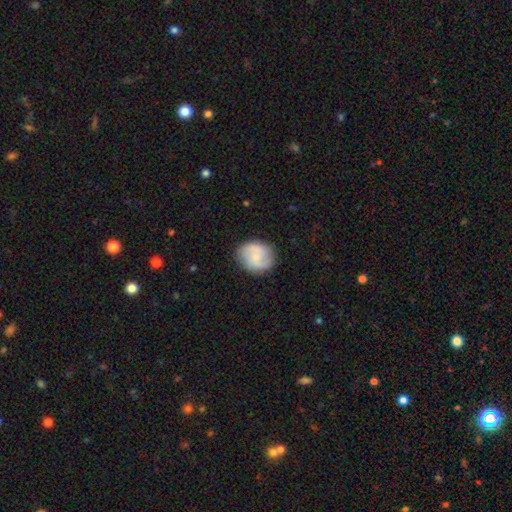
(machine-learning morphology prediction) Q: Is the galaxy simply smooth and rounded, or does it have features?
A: featured or disk — 54%.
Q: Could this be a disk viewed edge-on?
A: no — 98%.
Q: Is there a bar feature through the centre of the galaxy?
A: no — 54%.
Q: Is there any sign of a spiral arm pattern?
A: yes — 91%.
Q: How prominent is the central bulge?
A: small — 53%.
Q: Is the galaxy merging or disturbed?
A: none — 82%.